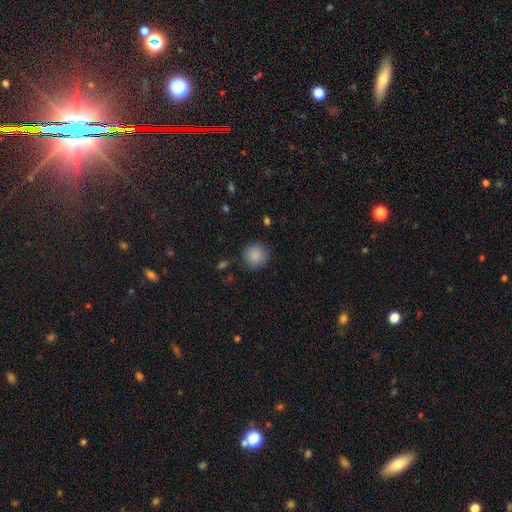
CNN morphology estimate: Q: Smooth or featured?
A: smooth (87%); runner-up: star or artifact (9%)
Q: How rounded?
A: round (92%); runner-up: in between (7%)
Q: Merging?
A: none (87%); runner-up: minor disturbance (9%)